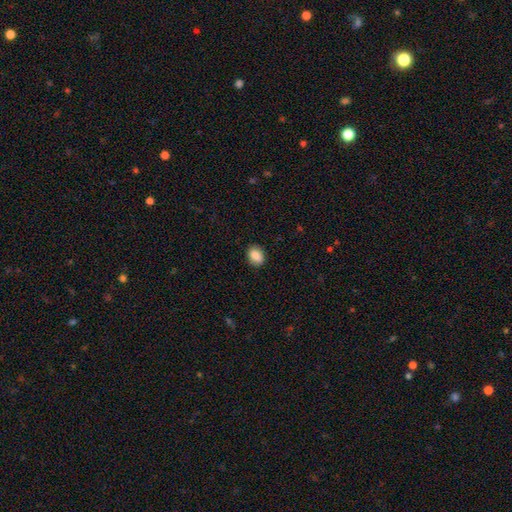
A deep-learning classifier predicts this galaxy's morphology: A smooth galaxy with no disk features (87%) that is in between round and cigar-shaped (57%). Merging: none (89%).